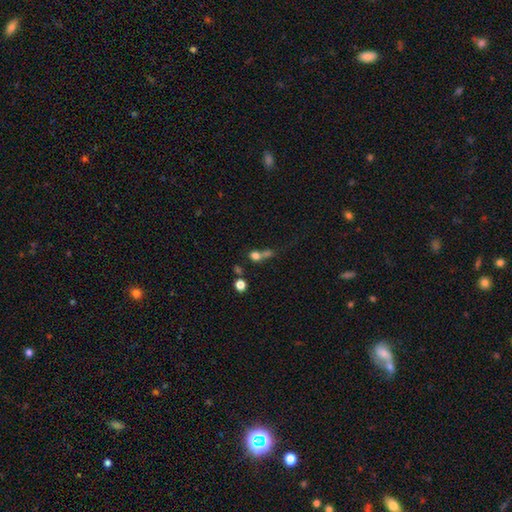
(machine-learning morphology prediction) Smooth or featured? Predicted: smooth (p=0.72). How rounded? Predicted: round (p=0.70). Merging? Predicted: merger (p=0.55).